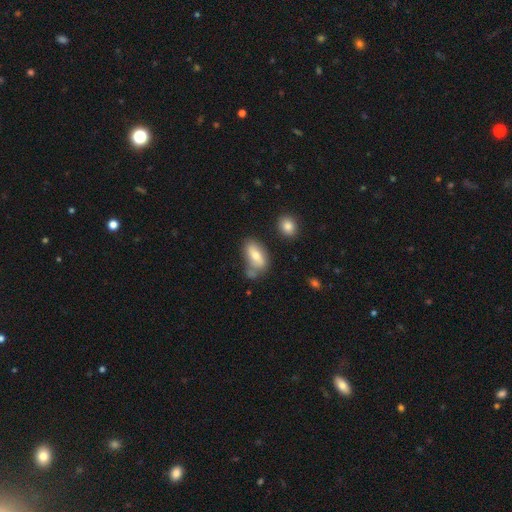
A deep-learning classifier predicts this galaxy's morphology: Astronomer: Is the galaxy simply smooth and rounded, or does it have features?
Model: smooth — 68%.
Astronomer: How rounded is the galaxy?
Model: in between — 86%.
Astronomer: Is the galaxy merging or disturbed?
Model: none — 52%.